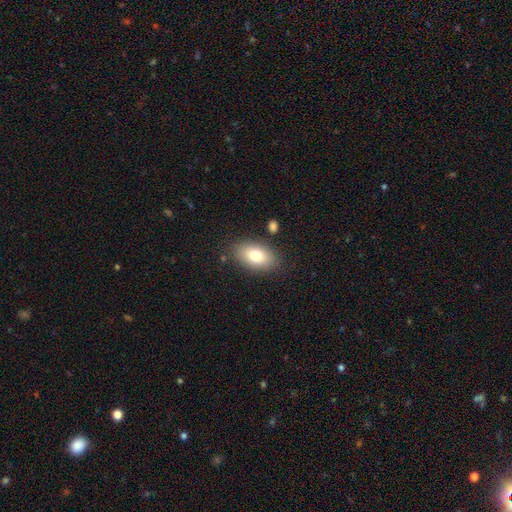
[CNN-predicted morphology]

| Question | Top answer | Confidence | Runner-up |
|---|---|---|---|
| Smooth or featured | smooth | 78% | featured or disk (14%) |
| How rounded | in between | 91% | round (7%) |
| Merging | none | 82% | minor disturbance (11%) |